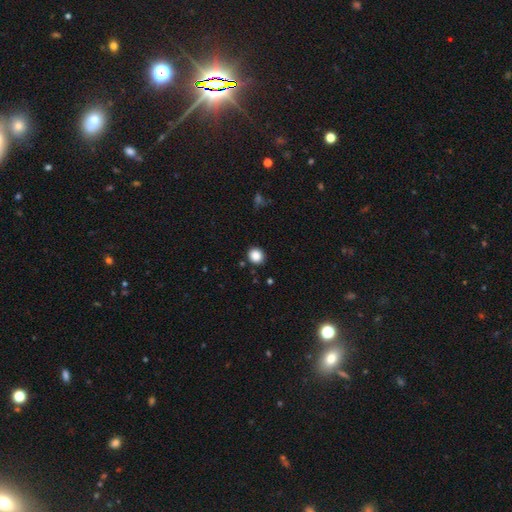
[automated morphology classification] Smooth or featured? Predicted: smooth (p=0.86). How rounded? Predicted: round (p=0.83). Merging? Predicted: none (p=0.90).